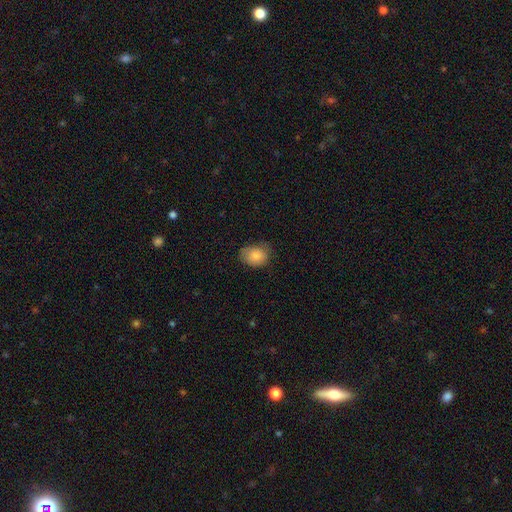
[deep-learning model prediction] smooth-or-featured: smooth: 82% | featured or disk: 10% | star or artifact: 8%
  how-rounded: in between: 59% | round: 40% | cigar-shaped: 1%
  merging: none: 62% | minor disturbance: 30% | major disturbance: 7% | merger: 1%